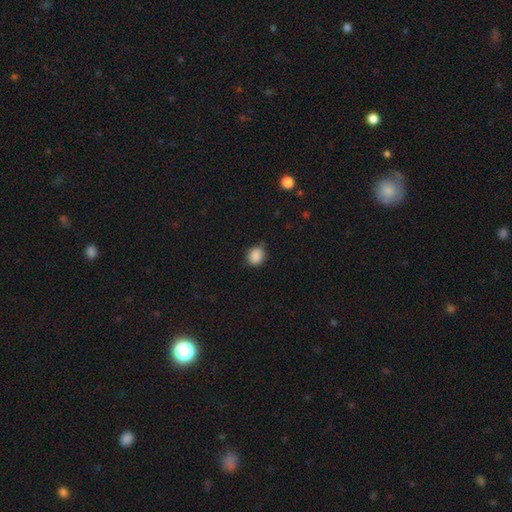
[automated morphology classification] smooth_or_featured: smooth (p=0.88) [alt: star or artifact p=0.09]
how_rounded: round (p=0.76) [alt: in between p=0.23]
merging: none (p=0.78) [alt: minor disturbance p=0.17]